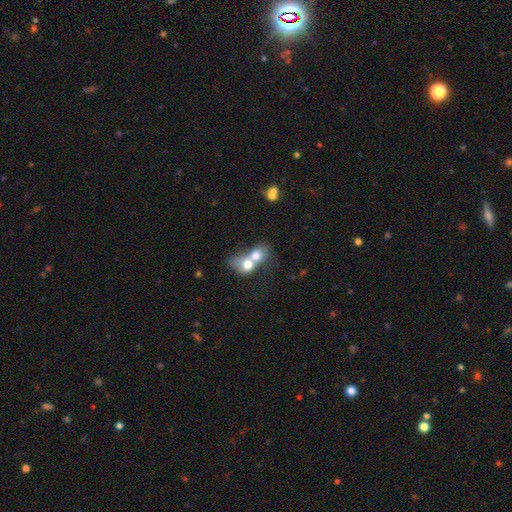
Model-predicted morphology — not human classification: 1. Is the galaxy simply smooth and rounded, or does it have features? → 68% smooth, 24% featured or disk, 8% star or artifact.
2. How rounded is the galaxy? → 50% round, 48% in between, 2% cigar-shaped.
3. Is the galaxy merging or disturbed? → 82% merger, 10% none, 4% major disturbance, 4% minor disturbance.